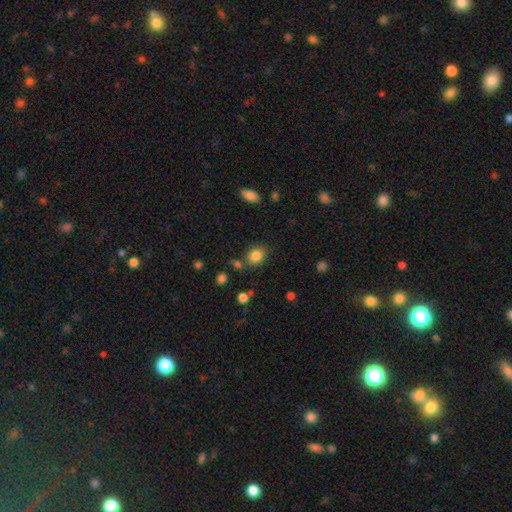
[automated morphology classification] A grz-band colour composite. It shows a smooth galaxy with no disk features (83%) that is in between round and cigar-shaped (52%). Merging: none (75%).